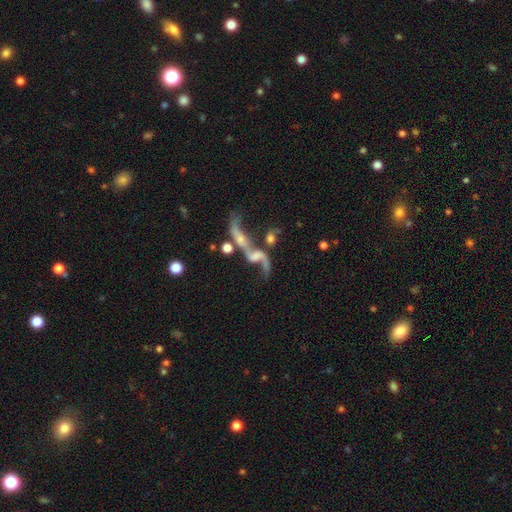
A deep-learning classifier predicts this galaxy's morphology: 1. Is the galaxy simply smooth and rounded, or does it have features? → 65% featured or disk, 18% star or artifact, 17% smooth.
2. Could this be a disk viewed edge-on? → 74% no, 26% yes.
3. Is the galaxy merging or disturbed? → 46% merger, 25% none, 19% major disturbance, 10% minor disturbance.